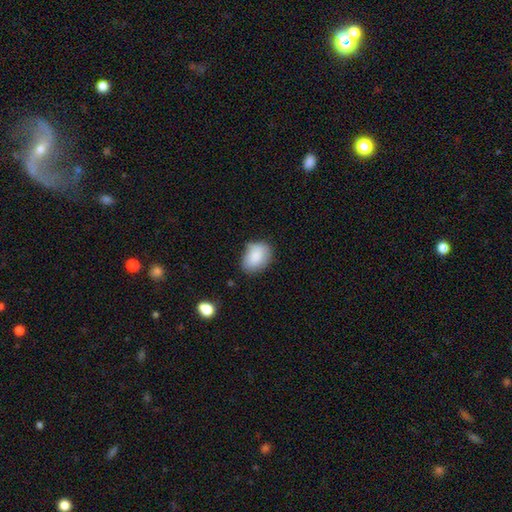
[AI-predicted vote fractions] This appears to be a smooth galaxy with no disk features (86%) that is in between round and cigar-shaped (80%). Merging: none (65%).